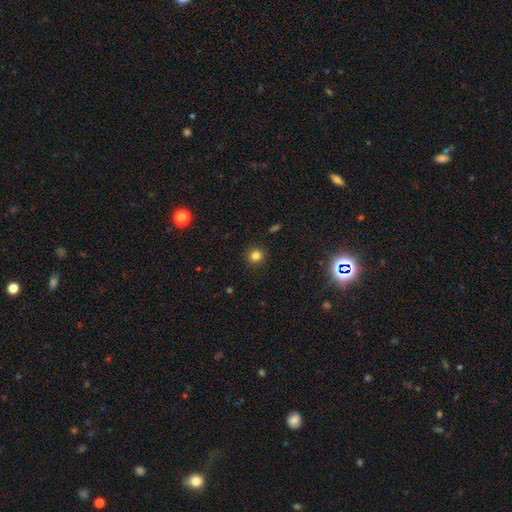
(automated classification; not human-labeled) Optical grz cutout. It shows a smooth galaxy with no disk features (81%) that is round (92%). Merging: none (91%).